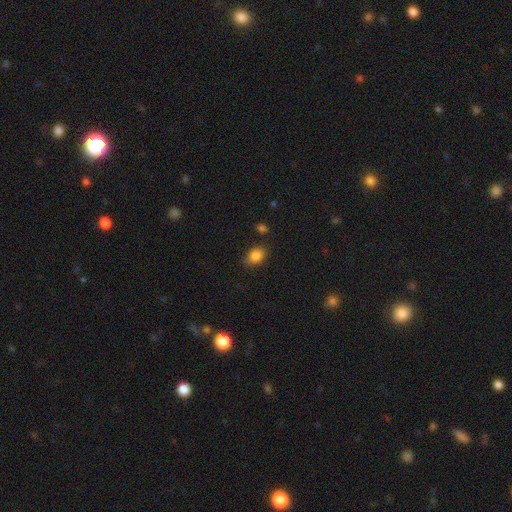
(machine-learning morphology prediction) A smooth galaxy with no disk features (85%) that is in between round and cigar-shaped (74%).

Vote fractions:
- Smooth or featured? smooth: 85% / star or artifact: 9% / featured or disk: 5%
- How rounded? in between: 74% / round: 25% / cigar-shaped: 1%
- Merging? none: 77% / minor disturbance: 16% / major disturbance: 4% / merger: 3%